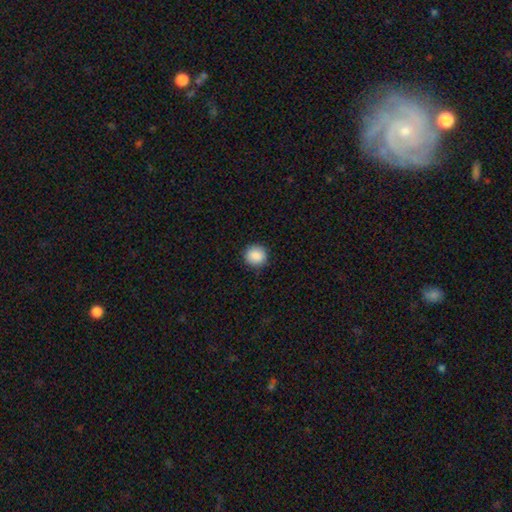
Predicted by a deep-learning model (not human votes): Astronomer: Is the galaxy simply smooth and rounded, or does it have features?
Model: smooth — 89%.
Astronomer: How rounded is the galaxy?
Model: round — 90%.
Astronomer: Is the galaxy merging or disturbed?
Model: none — 90%.